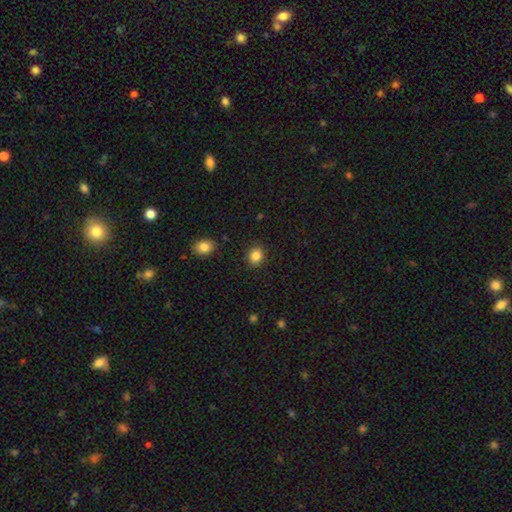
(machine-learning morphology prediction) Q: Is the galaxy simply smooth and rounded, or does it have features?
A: smooth — 85%.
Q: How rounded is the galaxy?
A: round — 64%.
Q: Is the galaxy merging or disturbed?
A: none — 89%.